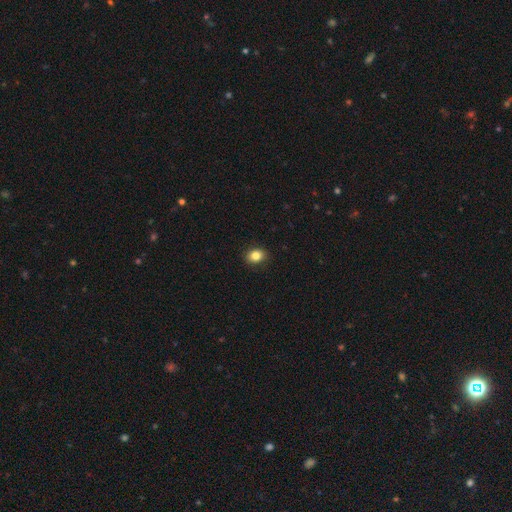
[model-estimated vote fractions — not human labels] smooth 84%, star or artifact 10%, featured or disk 6%. Down the decision tree: how rounded — in between (54%); merging — none (89%).